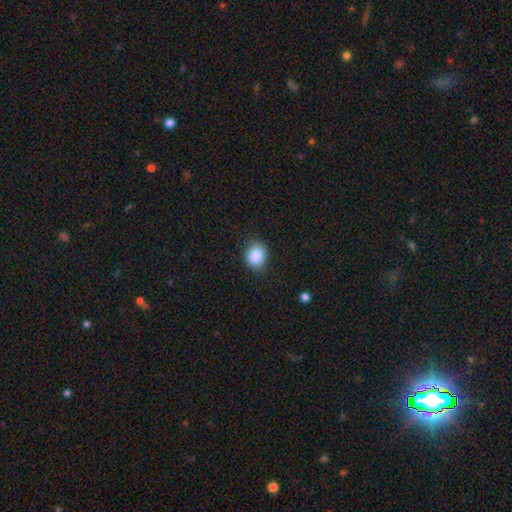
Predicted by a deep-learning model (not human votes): smooth 88%, star or artifact 8%, featured or disk 4%. Down the decision tree: how rounded — round (51%); merging — none (83%).